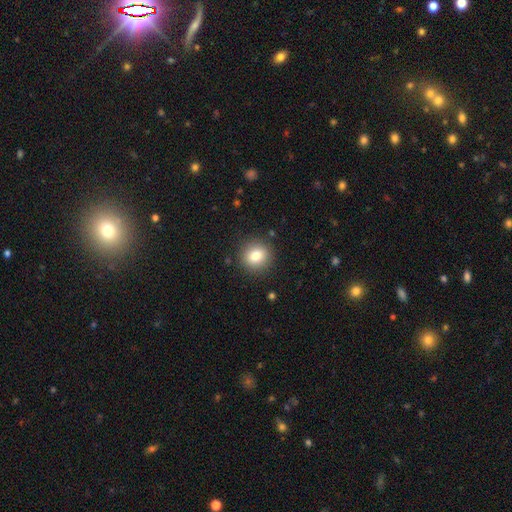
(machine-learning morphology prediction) Overall: smooth (80%). How rounded: round (88%). Merging: none (89%).